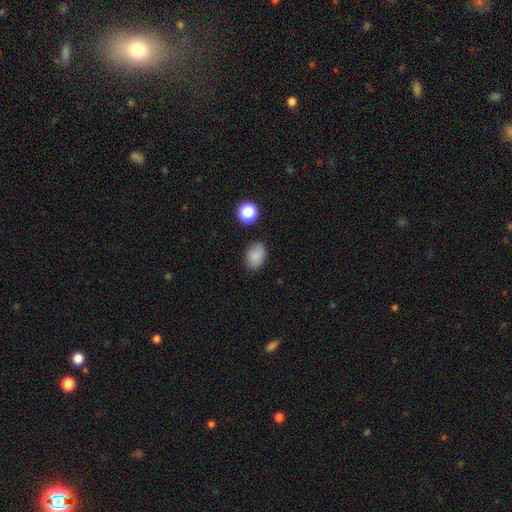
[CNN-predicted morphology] Overall: smooth (85%). How rounded: in between (78%). Merging: none (81%).